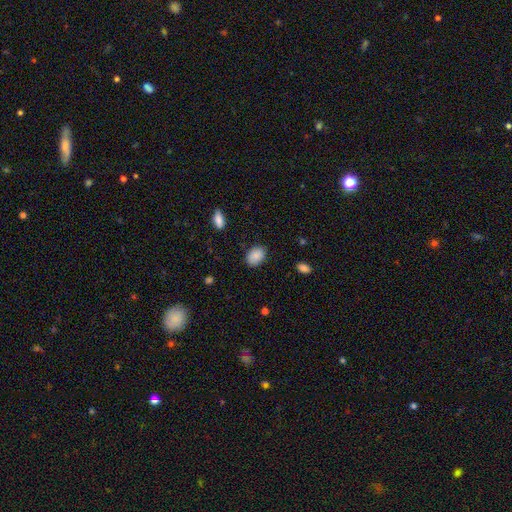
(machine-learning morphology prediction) Q: Smooth or featured?
A: smooth (88%); runner-up: star or artifact (7%)
Q: How rounded?
A: in between (79%); runner-up: round (20%)
Q: Merging?
A: none (83%); runner-up: minor disturbance (13%)